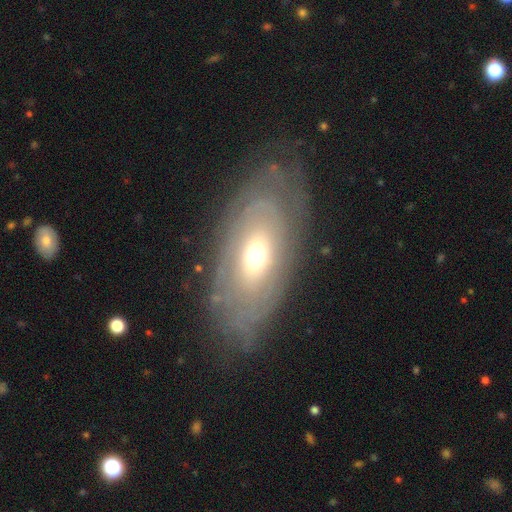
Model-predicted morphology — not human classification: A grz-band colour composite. It shows a featured or disk galaxy (67%) with no bar (80%), spiral arms (55%) and a moderate central bulge (66%). Merging: none (73%).